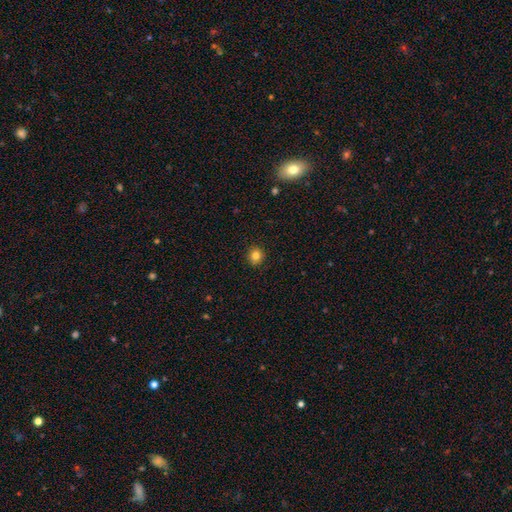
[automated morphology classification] Smooth or featured? smooth (82%)
How rounded? round (86%)
Merging? none (91%)